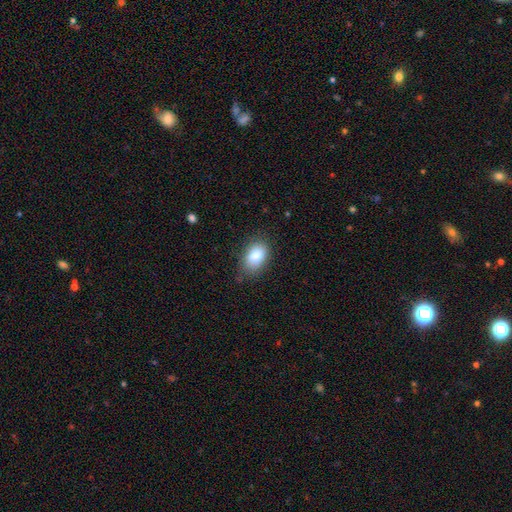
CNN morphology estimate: This is clearly a smooth galaxy (84%). How rounded: clearly in between (88%). Merging: likely none (77%).